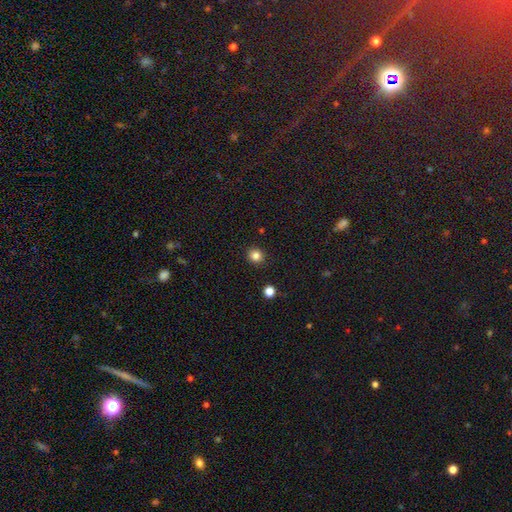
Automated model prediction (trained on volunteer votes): A smooth galaxy with no disk features (83%) that is round (88%). Merging: none (92%).